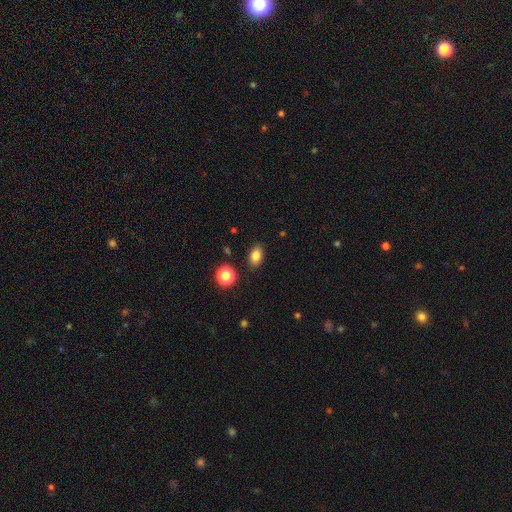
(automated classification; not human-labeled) Smooth or featured? Predicted: smooth (p=0.83). How rounded? Predicted: in between (p=0.81). Merging? Predicted: none (p=0.86).